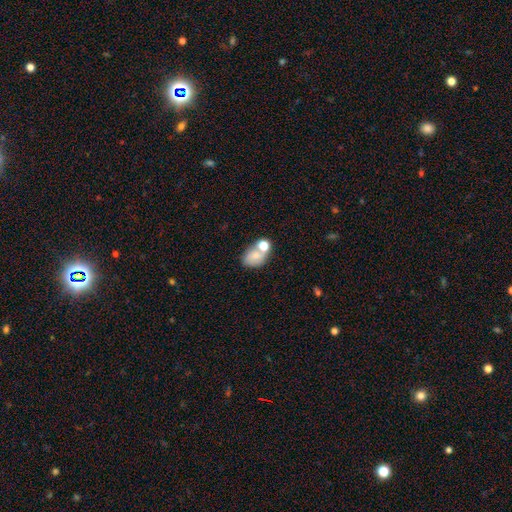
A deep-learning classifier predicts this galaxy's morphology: Smooth or featured? Predicted: smooth (p=0.72). How rounded? Predicted: in between (p=0.70). Merging? Predicted: merger (p=0.41).